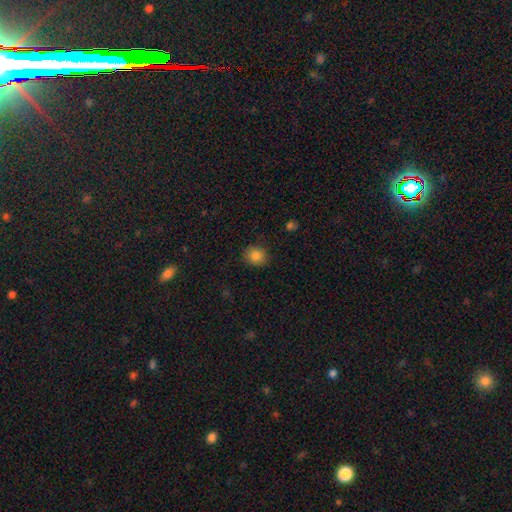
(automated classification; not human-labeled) A smooth galaxy with no disk features (84%) that is round (71%). Merging: none (87%).